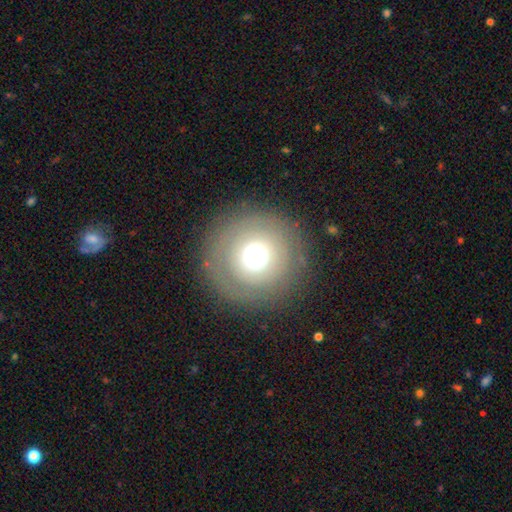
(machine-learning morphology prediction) Smooth or featured: smooth — 63% (featured or disk — 25%)
How rounded: round — 96% (in between — 3%)
Merging: none — 87% (minor disturbance — 8%)